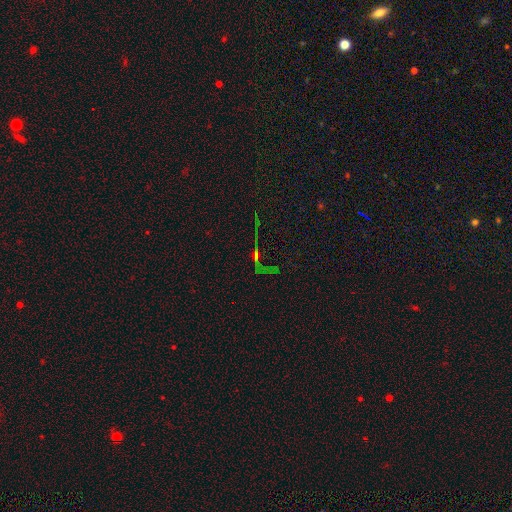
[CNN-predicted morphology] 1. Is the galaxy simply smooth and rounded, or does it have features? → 57% star or artifact, 26% featured or disk, 17% smooth.